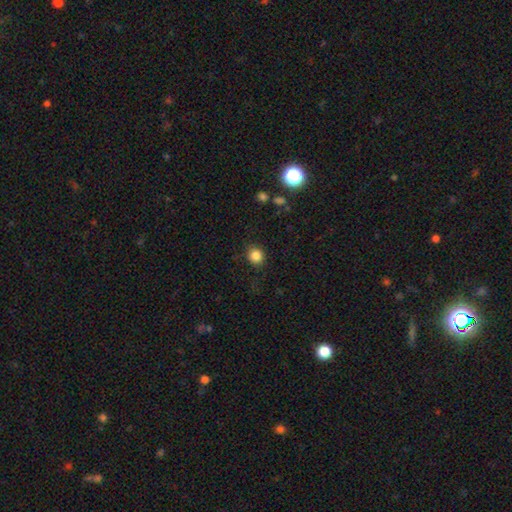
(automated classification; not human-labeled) Smooth or featured: smooth — 85% (star or artifact — 11%)
How rounded: round — 86% (in between — 13%)
Merging: none — 87% (minor disturbance — 9%)